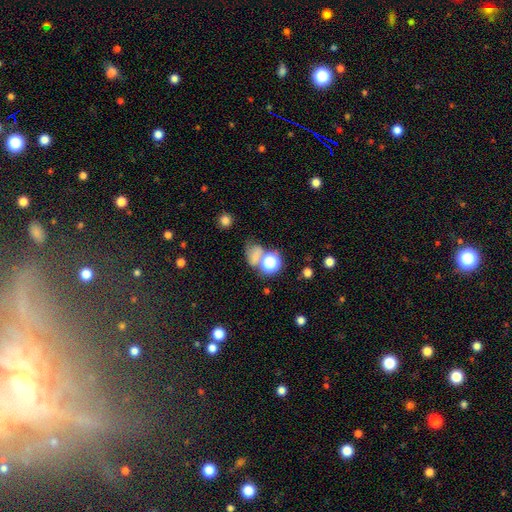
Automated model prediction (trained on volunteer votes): Smooth or featured? smooth (58%)
How rounded? round (52%)
Merging? none (41%)